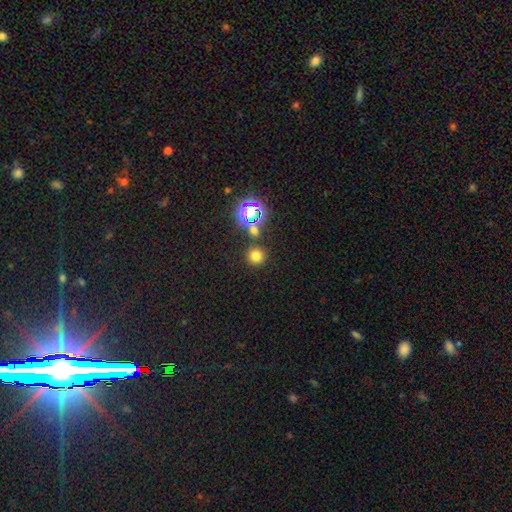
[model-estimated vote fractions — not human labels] The model was most divided on "smooth or featured": smooth: 69%, star or artifact: 24%, featured or disk: 6%. More confident: how rounded — round (94%); merging — none (83%).